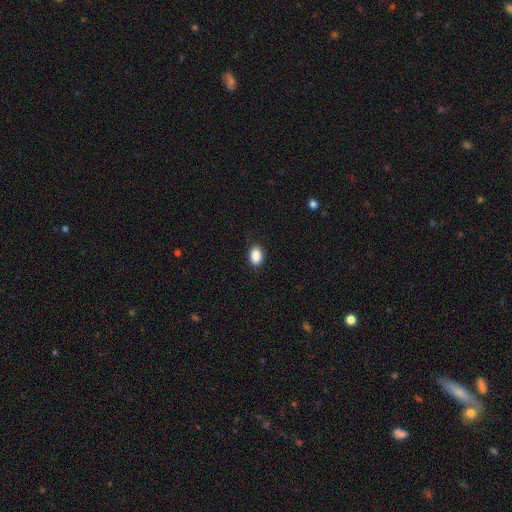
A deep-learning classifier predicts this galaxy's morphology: type=smooth (90%); roundness=in between (82%); merging=none (86%).